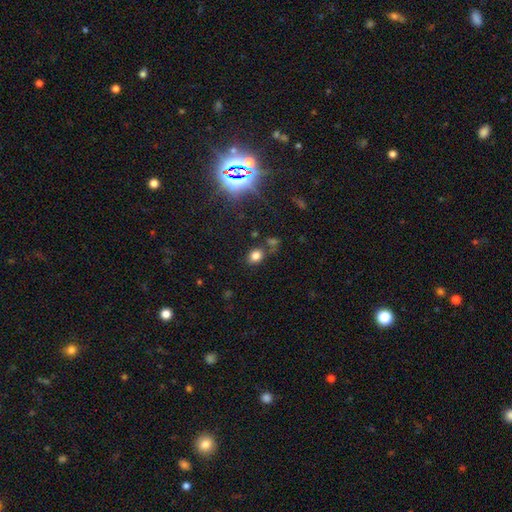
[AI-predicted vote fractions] The model was most divided on "how rounded": in between: 59%, round: 40%, cigar-shaped: 1%. More confident: smooth or featured — smooth (76%); merging — none (72%).